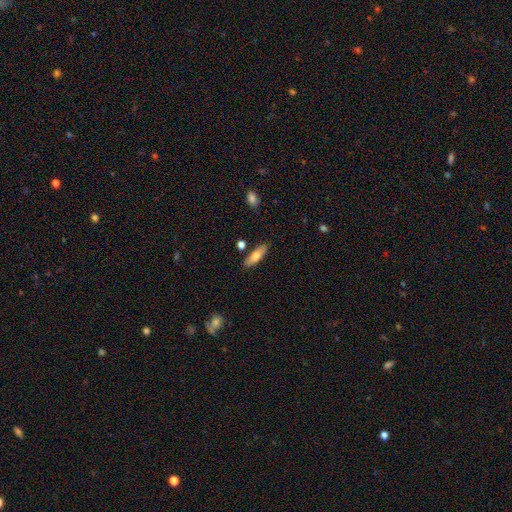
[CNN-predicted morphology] smooth 75%, featured or disk 18%, star or artifact 6%. Down the decision tree: how rounded — in between (58%); merging — none (82%).